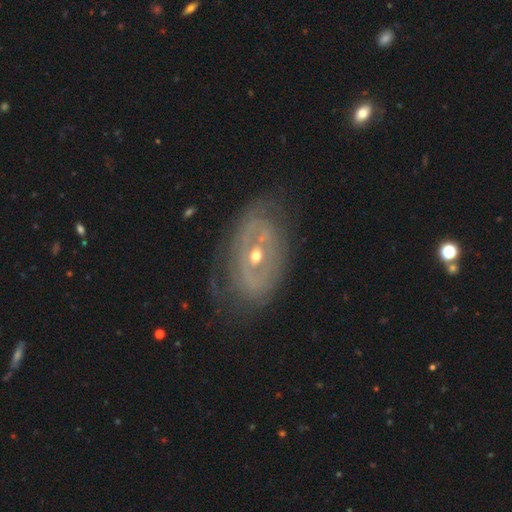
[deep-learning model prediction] The model was most divided on "bulge size": small: 54%, moderate: 43%, large: 2%, none: 1%, dominant: 1%. More confident: edge-on disk — no (93%); smooth or featured — featured or disk (76%); merging — none (69%); spiral arms — yes (61%); bar — no (55%).